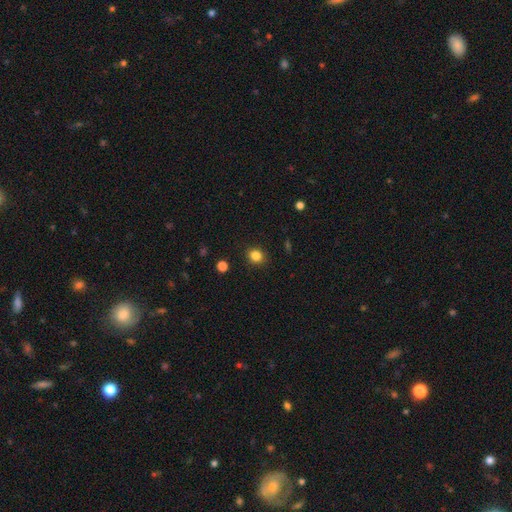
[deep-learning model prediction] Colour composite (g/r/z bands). It shows a smooth galaxy with no disk features (84%) that is round (74%). Merging: none (90%).